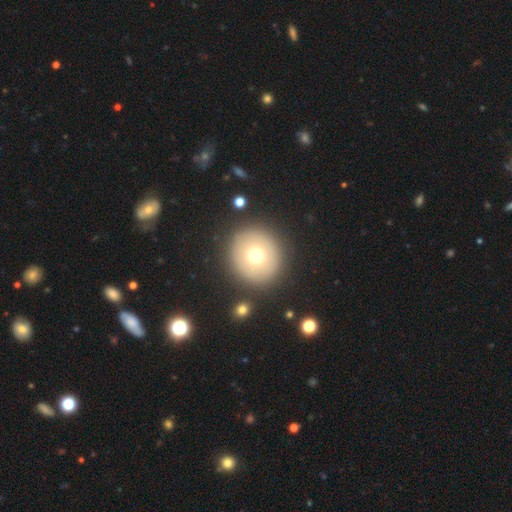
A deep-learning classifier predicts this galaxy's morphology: Overall: smooth (64%). How rounded: round (92%). Merging: none (88%).